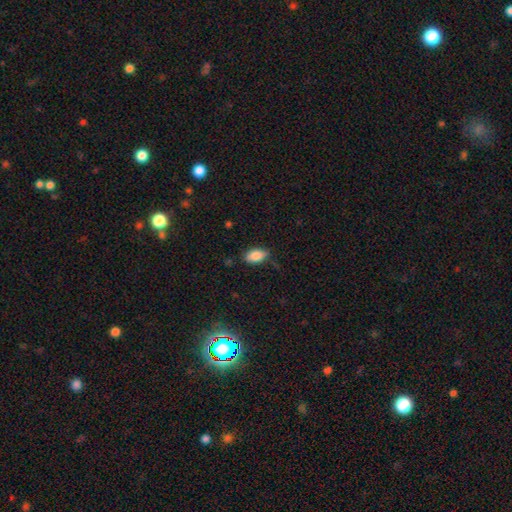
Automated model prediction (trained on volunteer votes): smooth_or_featured: smooth (p=0.86) [alt: star or artifact p=0.08]
how_rounded: in between (p=0.92) [alt: round p=0.04]
merging: none (p=0.80) [alt: minor disturbance p=0.15]